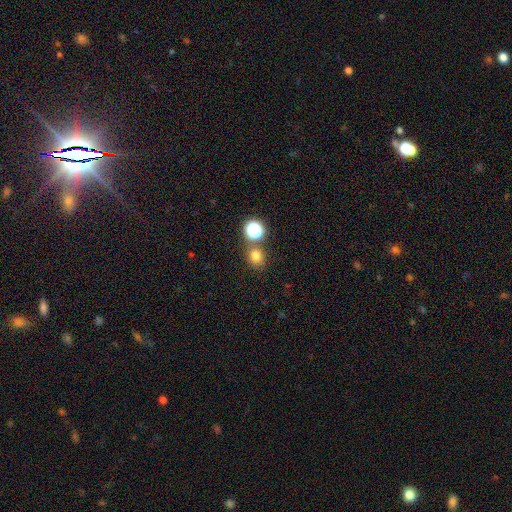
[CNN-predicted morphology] Q: Smooth or featured?
A: smooth (74%); runner-up: star or artifact (20%)
Q: How rounded?
A: round (72%); runner-up: in between (27%)
Q: Merging?
A: none (72%); runner-up: merger (15%)